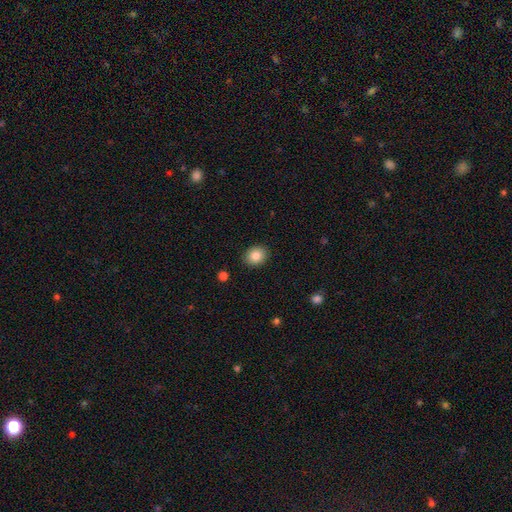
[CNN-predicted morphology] smooth_or_featured: smooth (p=0.84) [alt: star or artifact p=0.09]
how_rounded: round (p=0.62) [alt: in between p=0.37]
merging: none (p=0.90) [alt: minor disturbance p=0.07]